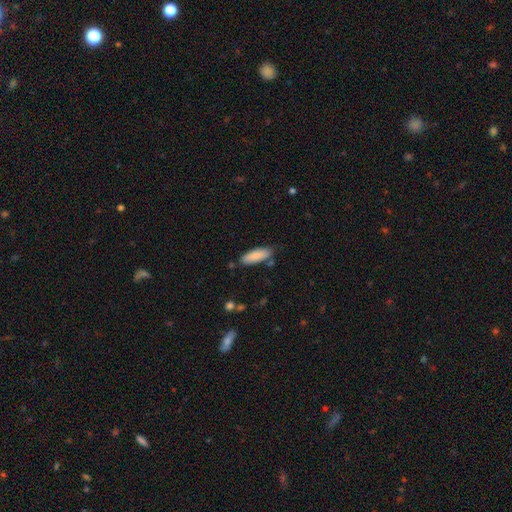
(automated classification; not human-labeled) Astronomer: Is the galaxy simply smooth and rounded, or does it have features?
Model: smooth — 87%.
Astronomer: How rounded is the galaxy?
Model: in between — 60% (runner-up: cigar-shaped, 39%).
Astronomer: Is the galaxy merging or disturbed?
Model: none — 77%.